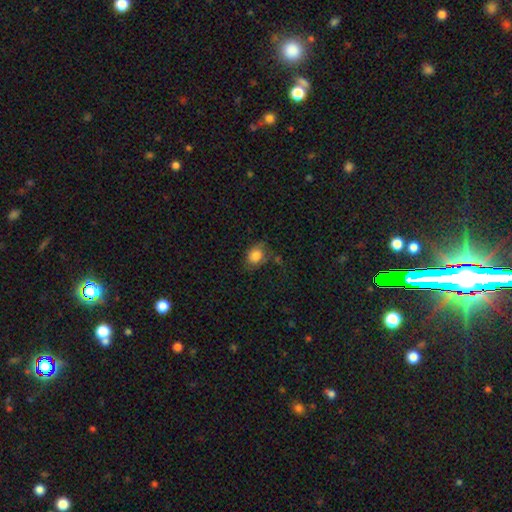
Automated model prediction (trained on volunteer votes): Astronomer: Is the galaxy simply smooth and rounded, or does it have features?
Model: smooth — 82%.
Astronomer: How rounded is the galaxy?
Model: in between — 52% (runner-up: round, 47%).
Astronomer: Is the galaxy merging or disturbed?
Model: none — 60%.